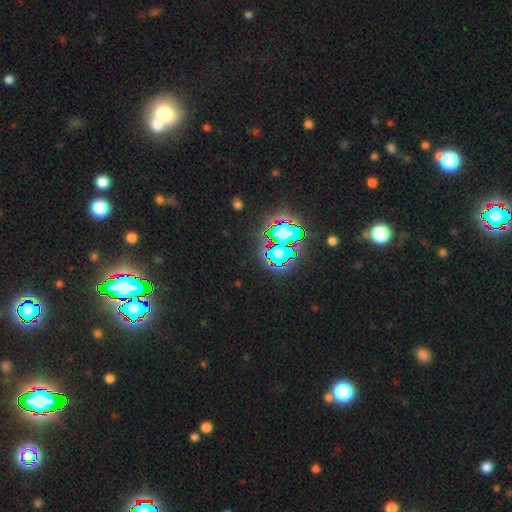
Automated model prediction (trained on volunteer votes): Smooth or featured? Predicted: star or artifact (p=0.83).